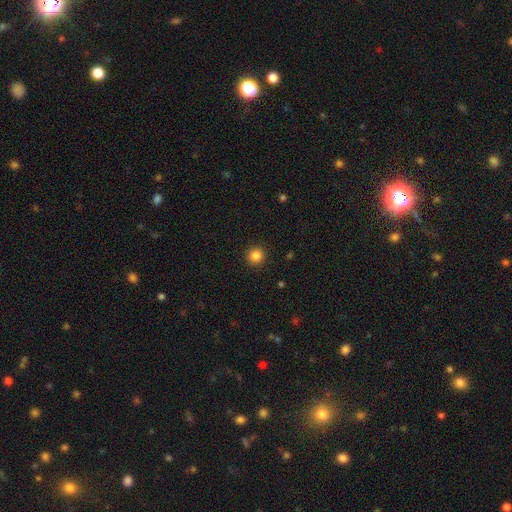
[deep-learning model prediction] smooth-or-featured: smooth: 85% | star or artifact: 12% | featured or disk: 4%
  how-rounded: round: 94% | in between: 5% | cigar-shaped: 1%
  merging: none: 92% | minor disturbance: 5% | major disturbance: 2% | merger: 1%